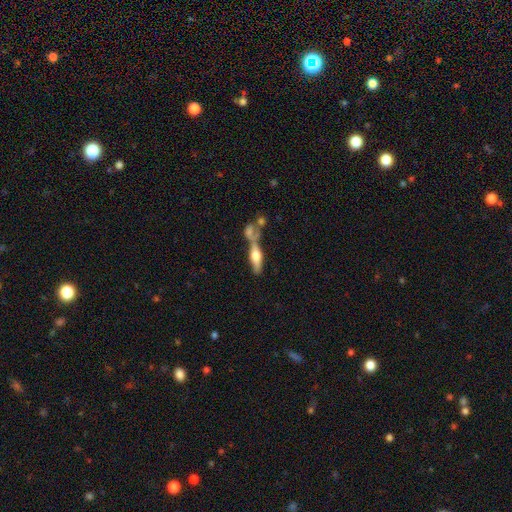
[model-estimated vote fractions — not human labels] Overall: featured or disk (55%; smooth 38%). Edge-on disk: yes (84%). Merging: none (40%; merger 38%).